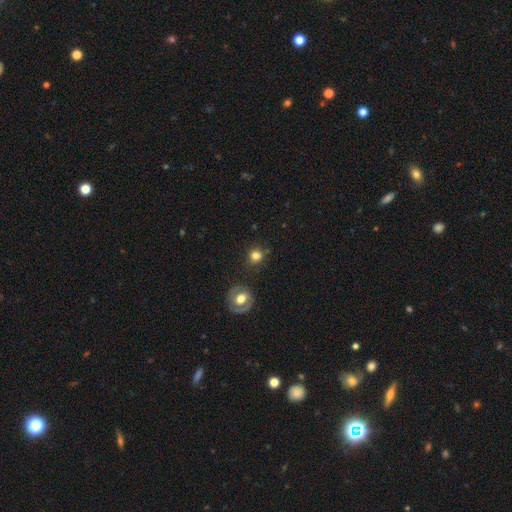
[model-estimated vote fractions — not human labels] smooth_or_featured: smooth (p=0.79) [alt: star or artifact p=0.12]
how_rounded: round (p=0.90) [alt: in between p=0.09]
merging: none (p=0.83) [alt: minor disturbance p=0.09]